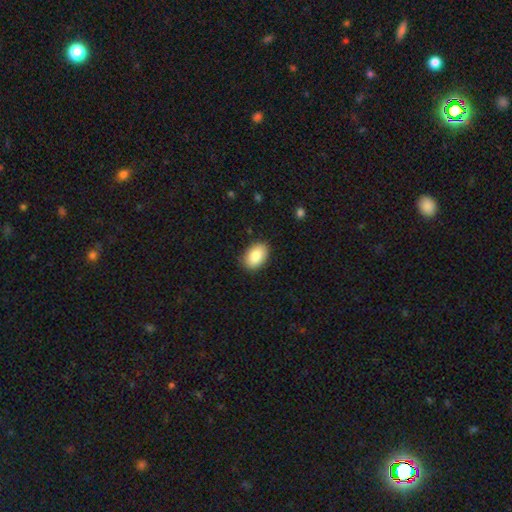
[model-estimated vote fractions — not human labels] Smooth or featured?
  - smooth: 88% *
  - star or artifact: 6%
  - featured or disk: 5%
How rounded?
  - in between: 91% *
  - round: 8%
  - cigar-shaped: 1%
Merging?
  - none: 86% *
  - minor disturbance: 10%
  - major disturbance: 2%
  - merger: 1%